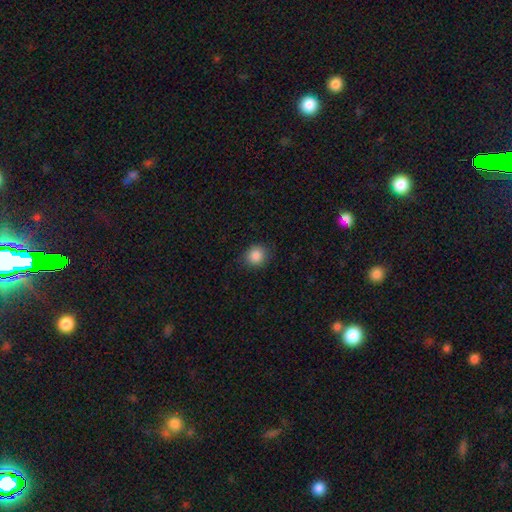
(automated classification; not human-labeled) Smooth or featured? Predicted: smooth (p=0.85). How rounded? Predicted: round (p=0.78). Merging? Predicted: none (p=0.87).